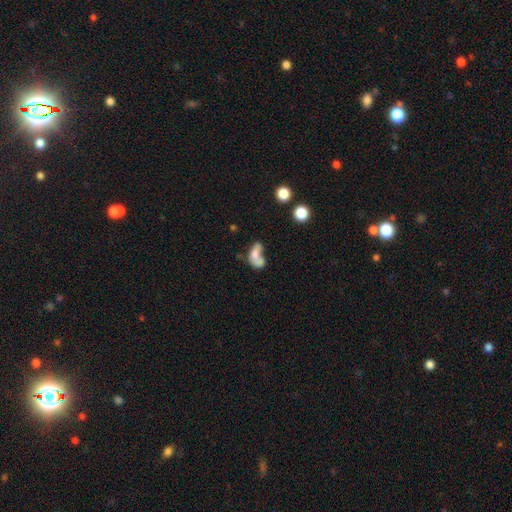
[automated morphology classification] Smooth or featured? smooth (62%)
How rounded? in between (79%)
Merging? merger (55%)